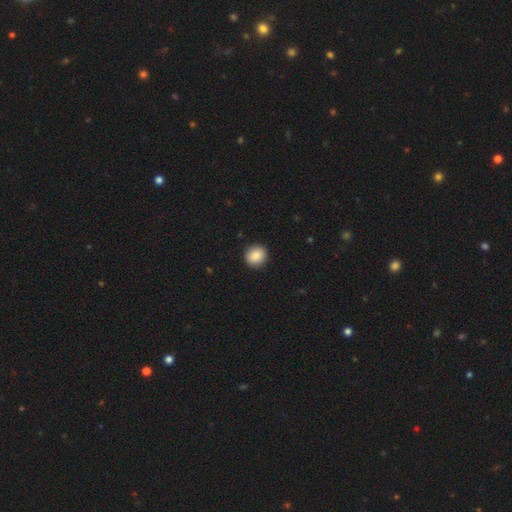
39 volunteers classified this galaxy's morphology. Smooth or featured? 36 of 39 (92%) said smooth. How rounded? 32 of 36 (89%) said round. Merging? 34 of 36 (94%) said none.